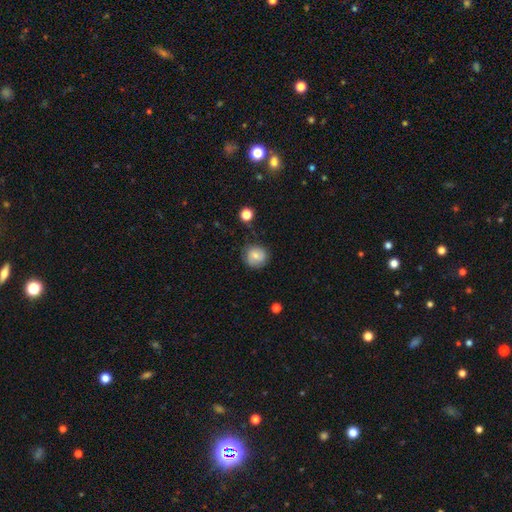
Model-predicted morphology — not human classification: Smooth or featured? Predicted: smooth (p=0.73). How rounded? Predicted: round (p=0.88). Merging? Predicted: none (p=0.78).